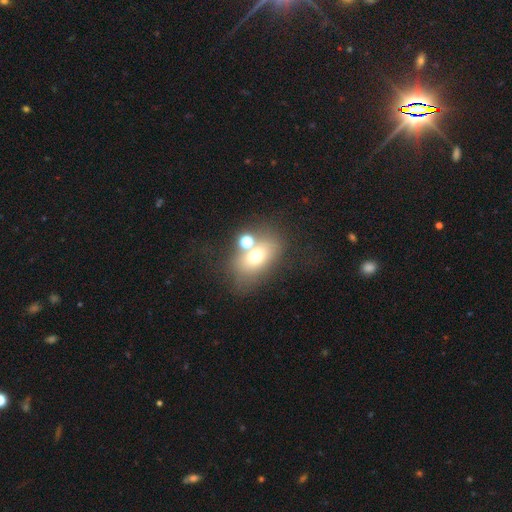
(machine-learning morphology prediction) smooth_or_featured: smooth (p=0.64) [alt: featured or disk p=0.20]
how_rounded: in between (p=0.65) [alt: round p=0.33]
merging: none (p=0.54) [alt: merger p=0.26]